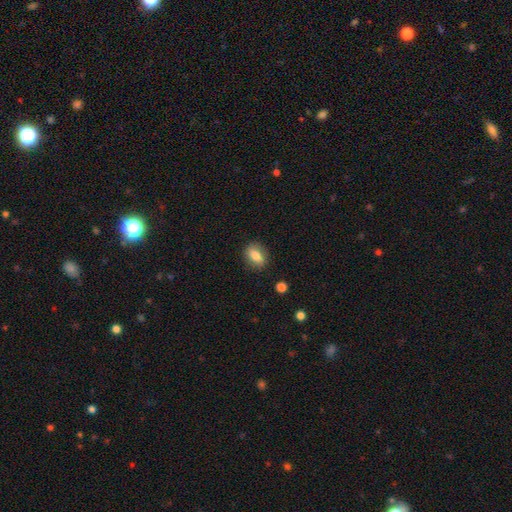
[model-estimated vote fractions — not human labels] A smooth galaxy with no disk features (77%) that is in between round and cigar-shaped (73%).

Vote fractions:
- Smooth or featured? smooth: 77% / featured or disk: 15% / star or artifact: 8%
- How rounded? in between: 73% / round: 22% / cigar-shaped: 5%
- Merging? none: 85% / minor disturbance: 10% / major disturbance: 3% / merger: 1%